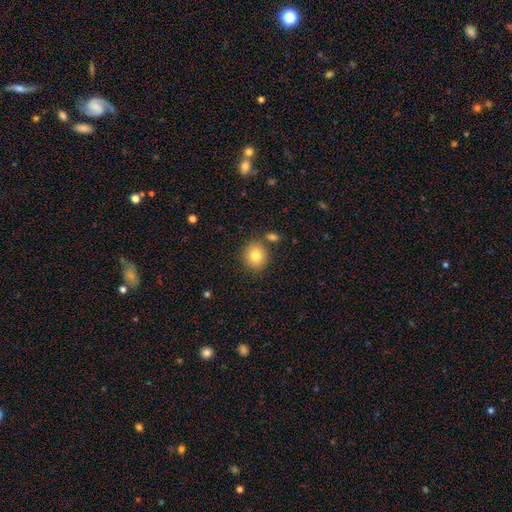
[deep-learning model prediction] Smooth or featured: smooth — 81% (star or artifact — 10%)
How rounded: round — 81% (in between — 18%)
Merging: none — 80% (minor disturbance — 9%)